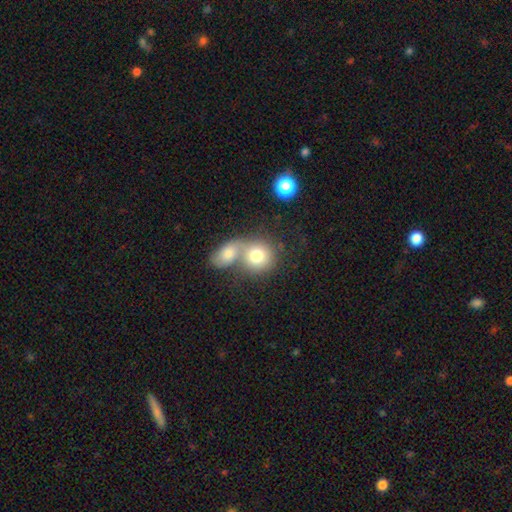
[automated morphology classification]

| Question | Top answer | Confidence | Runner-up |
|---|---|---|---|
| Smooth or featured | smooth | 74% | featured or disk (17%) |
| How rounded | round | 73% | in between (26%) |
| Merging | merger | 66% | none (23%) |